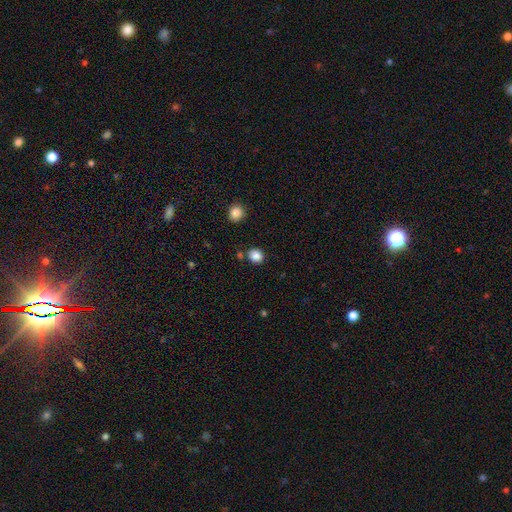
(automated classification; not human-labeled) Smooth or featured? Predicted: smooth (p=0.87). How rounded? Predicted: round (p=0.77). Merging? Predicted: none (p=0.81).